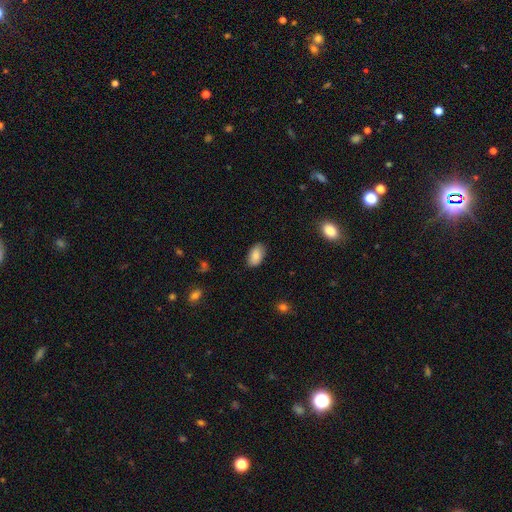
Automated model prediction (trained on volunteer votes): A smooth galaxy with no disk features (86%) that is in between round and cigar-shaped (94%). Merging: none (84%).